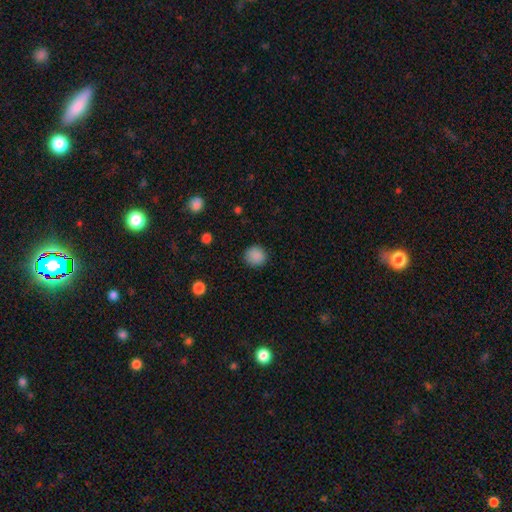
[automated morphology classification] Smooth or featured? smooth (87%)
How rounded? round (89%)
Merging? none (87%)